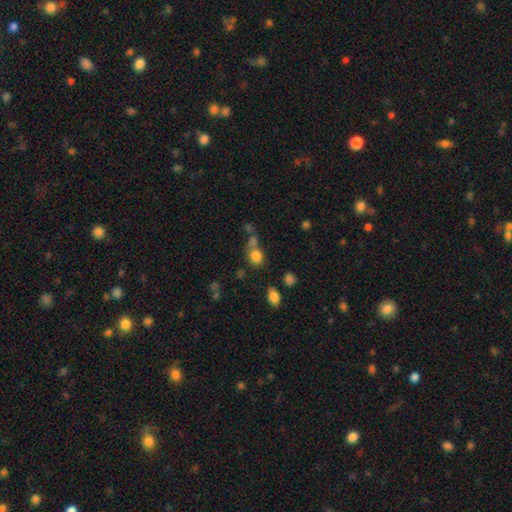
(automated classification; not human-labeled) Smooth or featured?
  - smooth: 79% *
  - star or artifact: 13%
  - featured or disk: 8%
How rounded?
  - round: 69% *
  - in between: 29%
  - cigar-shaped: 2%
Merging?
  - none: 47% *
  - merger: 34%
  - minor disturbance: 12%
  - major disturbance: 7%